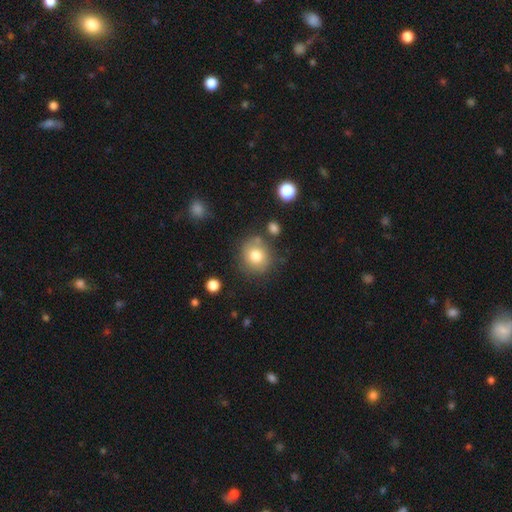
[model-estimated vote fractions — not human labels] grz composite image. It shows a smooth galaxy with no disk features (78%) that is round (81%). Merging: none (75%).